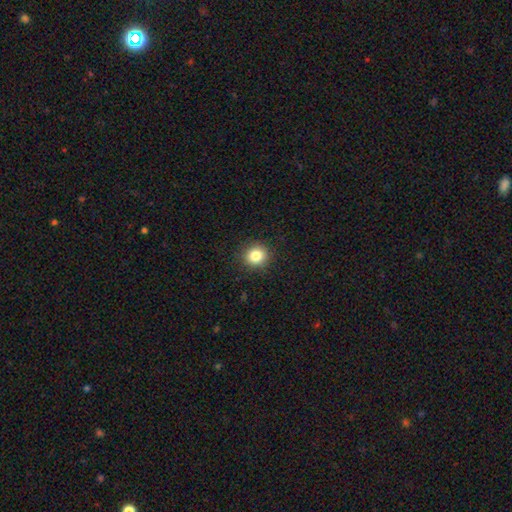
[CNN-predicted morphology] Smooth or featured?
  - smooth: 83% *
  - star or artifact: 11%
  - featured or disk: 6%
How rounded?
  - round: 89% *
  - in between: 10%
  - cigar-shaped: 1%
Merging?
  - none: 91% *
  - minor disturbance: 6%
  - major disturbance: 2%
  - merger: 1%